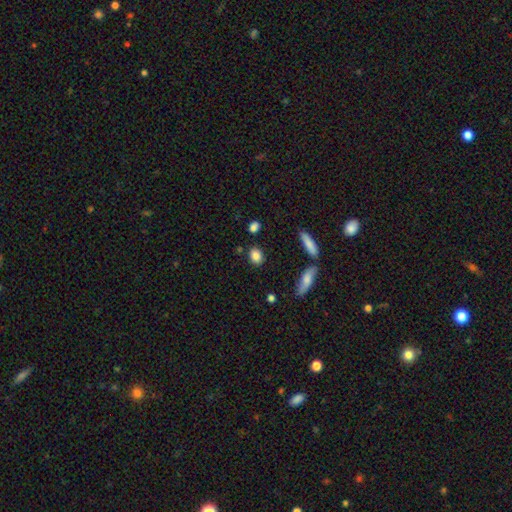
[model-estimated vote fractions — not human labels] smooth 85%, star or artifact 8%, featured or disk 7%. Down the decision tree: how rounded — in between (57%); merging — none (82%).